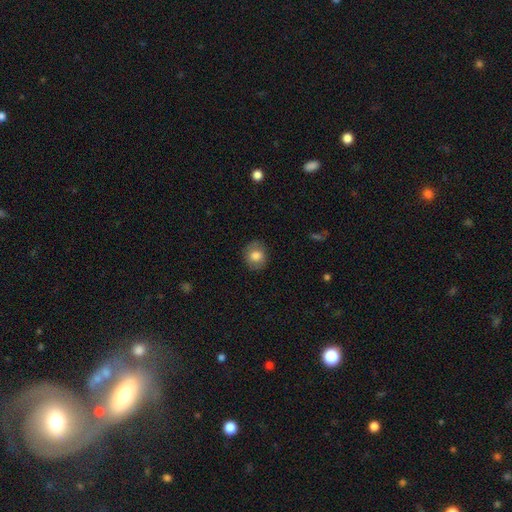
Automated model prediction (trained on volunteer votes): smooth-or-featured: smooth: 80% | featured or disk: 12% | star or artifact: 8%
  how-rounded: round: 71% | in between: 28% | cigar-shaped: 1%
  merging: none: 81% | minor disturbance: 14% | major disturbance: 4% | merger: 1%